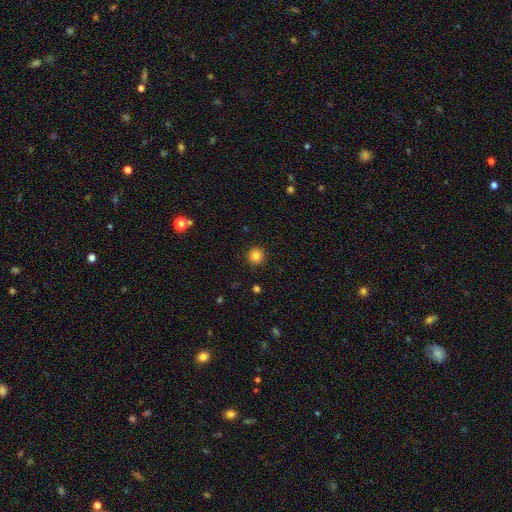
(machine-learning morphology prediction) Q: Smooth or featured?
A: smooth (84%); runner-up: star or artifact (11%)
Q: How rounded?
A: round (95%); runner-up: in between (4%)
Q: Merging?
A: none (91%); runner-up: minor disturbance (6%)